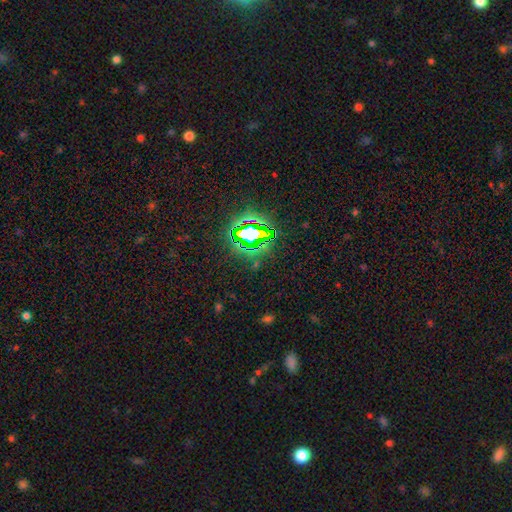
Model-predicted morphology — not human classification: smooth-or-featured: star or artifact: 81% | smooth: 11% | featured or disk: 8%